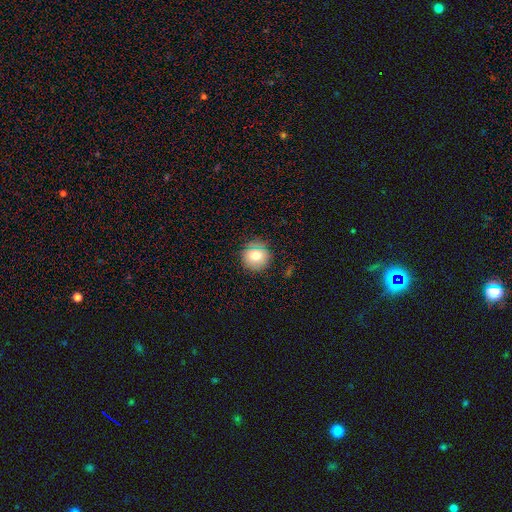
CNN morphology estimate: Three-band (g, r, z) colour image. It shows a smooth galaxy with no disk features (75%) that is round (94%). Merging: none (87%).